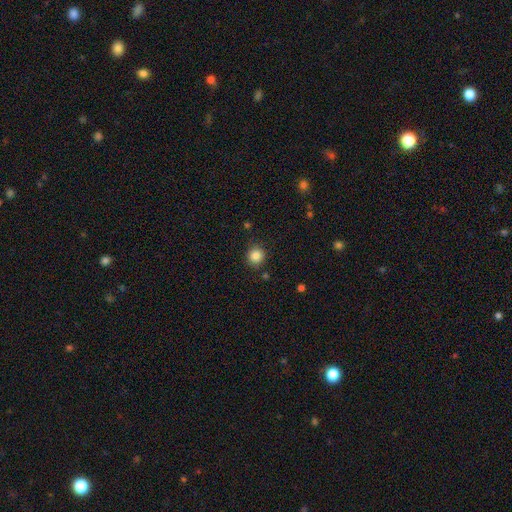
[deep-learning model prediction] This is clearly a smooth galaxy (85%). How rounded: clearly round (92%). Merging: clearly none (87%).